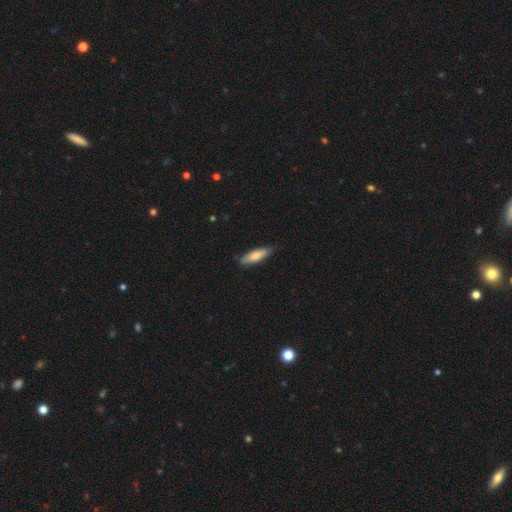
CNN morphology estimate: This appears to be a smooth galaxy with no disk features (74%) that is cigar-shaped (56%). Merging: none (81%).